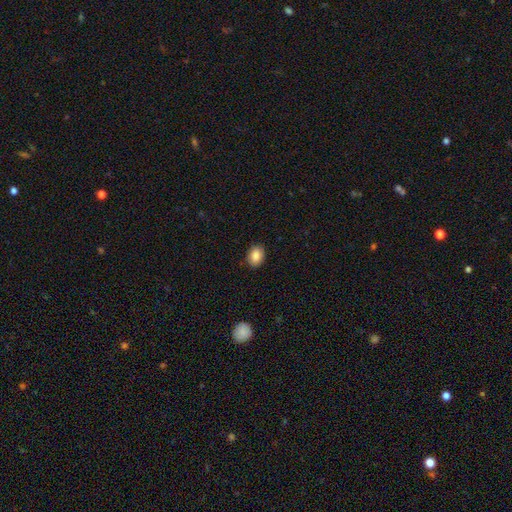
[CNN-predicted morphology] Overall: smooth (87%). How rounded: in between (71%). Merging: none (89%).